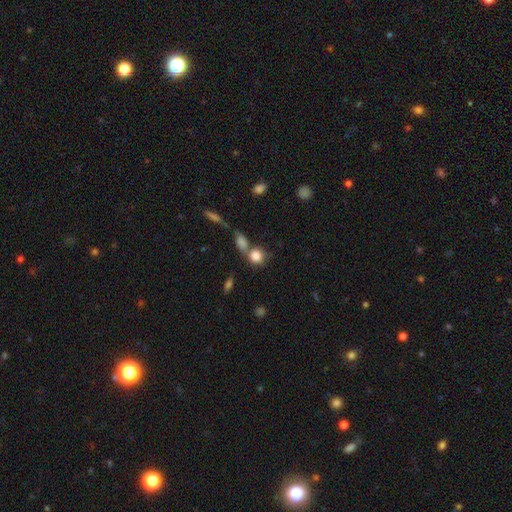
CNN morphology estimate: Smooth or featured? Predicted: smooth (p=0.82). How rounded? Predicted: round (p=0.72). Merging? Predicted: none (p=0.42, tied with merger).